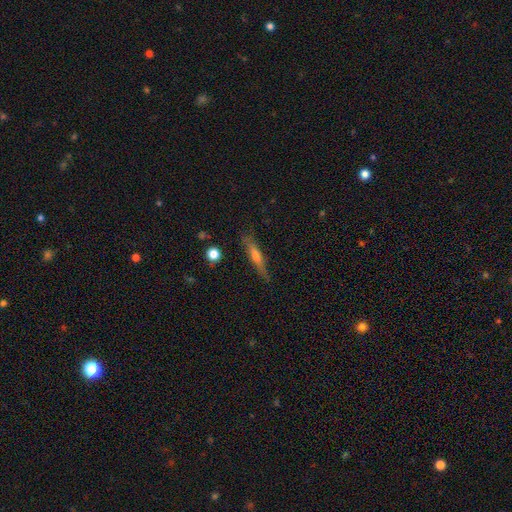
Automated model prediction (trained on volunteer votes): Smooth or featured: smooth — 49% (featured or disk — 44%)
Merging: none — 80% (minor disturbance — 14%)